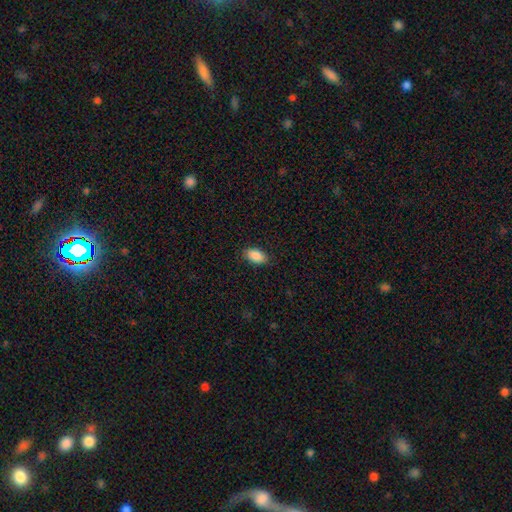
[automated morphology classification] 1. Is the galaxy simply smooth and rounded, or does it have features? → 89% smooth, 7% star or artifact, 4% featured or disk.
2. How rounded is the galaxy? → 92% in between, 6% round, 2% cigar-shaped.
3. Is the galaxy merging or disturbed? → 86% none, 10% minor disturbance, 2% major disturbance, 1% merger.